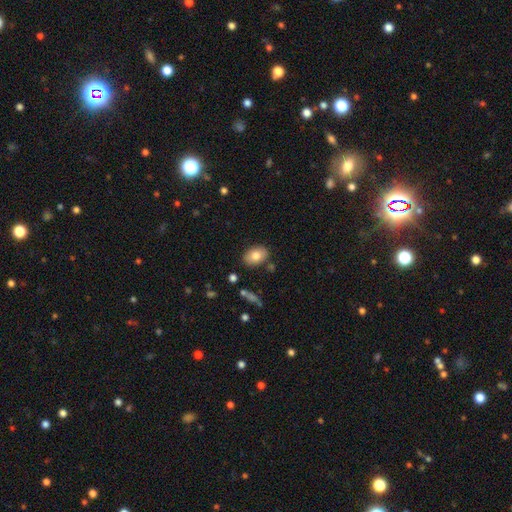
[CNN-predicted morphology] Smooth or featured?
  - smooth: 80% *
  - featured or disk: 12%
  - star or artifact: 8%
How rounded?
  - in between: 85% *
  - round: 14%
  - cigar-shaped: 1%
Merging?
  - none: 84% *
  - minor disturbance: 11%
  - merger: 3%
  - major disturbance: 2%